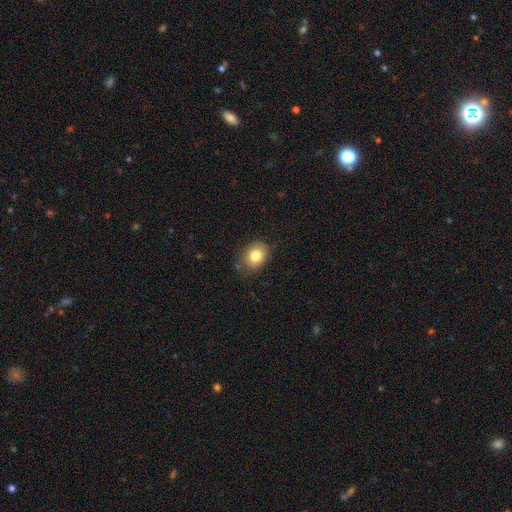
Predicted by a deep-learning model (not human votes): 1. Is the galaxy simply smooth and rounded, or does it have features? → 81% smooth, 10% star or artifact, 10% featured or disk.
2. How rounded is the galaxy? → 50% round, 49% in between, 1% cigar-shaped.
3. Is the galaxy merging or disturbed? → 77% none, 17% minor disturbance, 4% major disturbance, 2% merger.